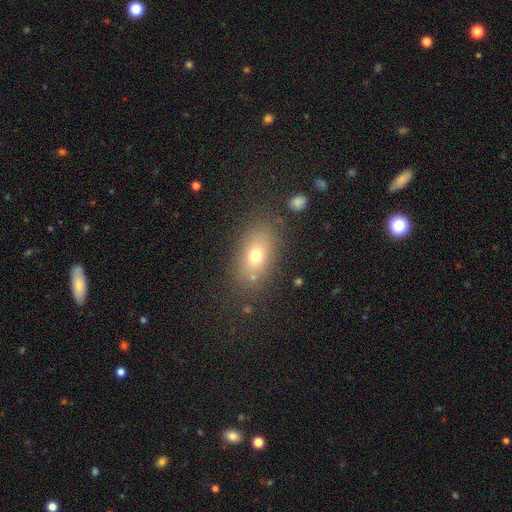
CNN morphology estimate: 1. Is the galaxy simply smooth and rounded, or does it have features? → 71% smooth, 16% featured or disk, 13% star or artifact.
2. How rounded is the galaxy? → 82% in between, 14% round, 4% cigar-shaped.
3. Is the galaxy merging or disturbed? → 79% none, 13% minor disturbance, 5% major disturbance, 4% merger.